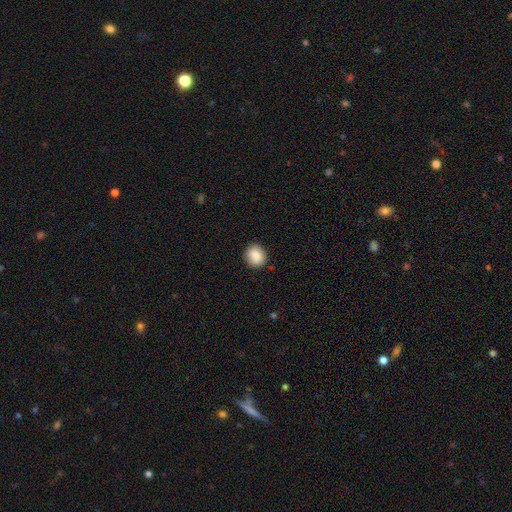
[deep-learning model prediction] This is clearly a smooth galaxy (88%). How rounded: likely round (79%). Merging: clearly none (87%).